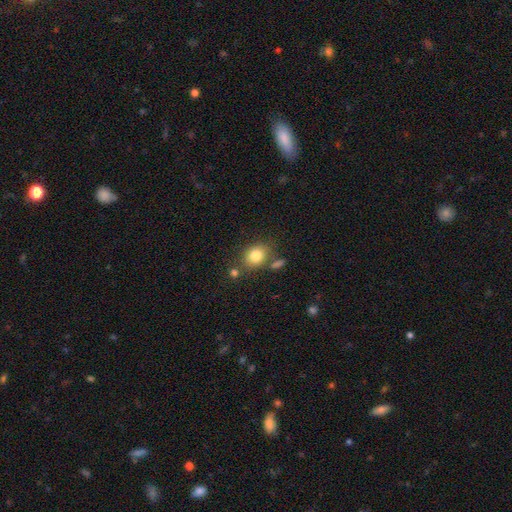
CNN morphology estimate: This appears to be a smooth galaxy with no disk features (81%) that is in between round and cigar-shaped (54%). Merging: none (69%).